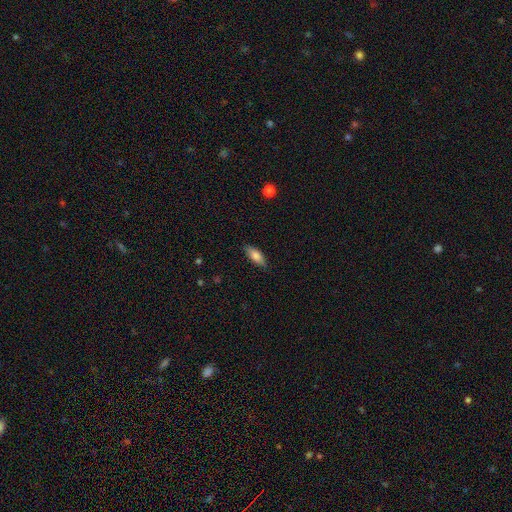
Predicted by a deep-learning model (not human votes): Q: Smooth or featured?
A: smooth (78%); runner-up: featured or disk (15%)
Q: How rounded?
A: in between (72%); runner-up: cigar-shaped (26%)
Q: Merging?
A: none (84%); runner-up: minor disturbance (13%)